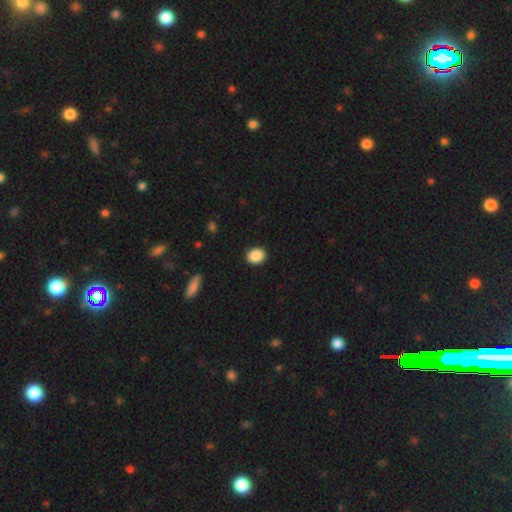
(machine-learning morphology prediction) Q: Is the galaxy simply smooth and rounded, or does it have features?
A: smooth — 89%.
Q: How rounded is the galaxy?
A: round — 72%.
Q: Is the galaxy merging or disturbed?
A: none — 92%.